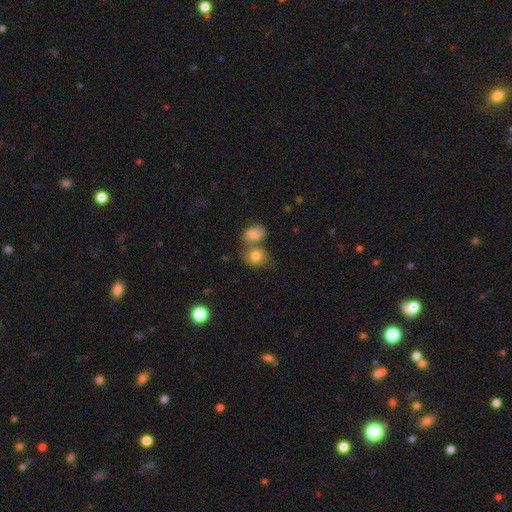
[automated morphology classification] A smooth galaxy with no disk features (80%) that is round (68%). Merging: none (46%).